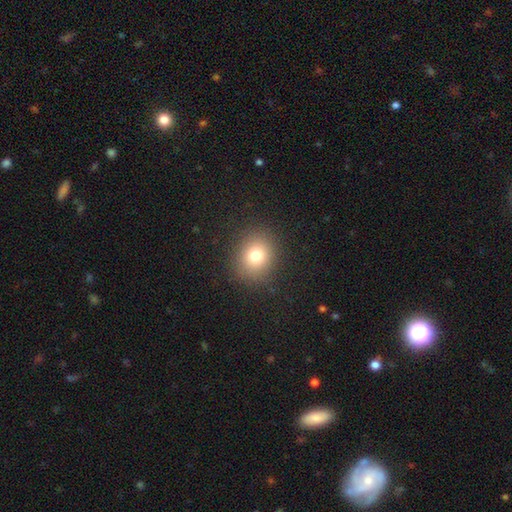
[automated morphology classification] Smooth or featured? smooth (76%)
How rounded? round (74%)
Merging? none (88%)